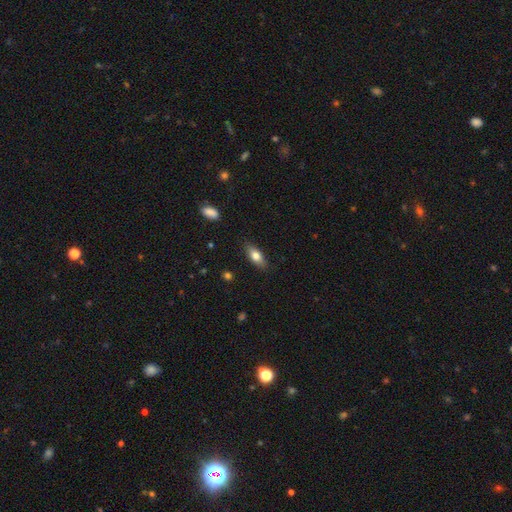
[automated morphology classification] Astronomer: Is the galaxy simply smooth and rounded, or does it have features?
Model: smooth — 74%.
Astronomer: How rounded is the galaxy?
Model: in between — 74%.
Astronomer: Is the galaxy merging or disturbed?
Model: none — 84%.